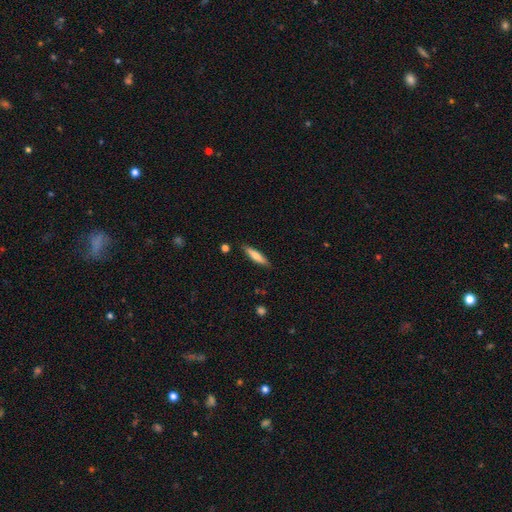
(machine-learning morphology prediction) smooth 66%, featured or disk 28%, star or artifact 6%. Down the decision tree: how rounded — cigar-shaped (82%); merging — none (87%).